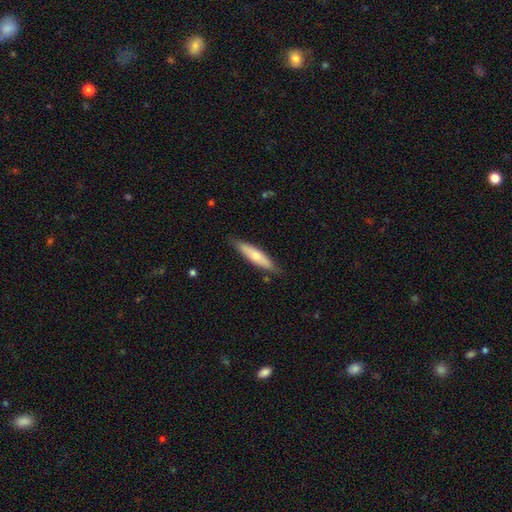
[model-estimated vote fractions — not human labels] Overall: smooth (62%; featured or disk 33%). How rounded: cigar-shaped (79%). Merging: none (82%).